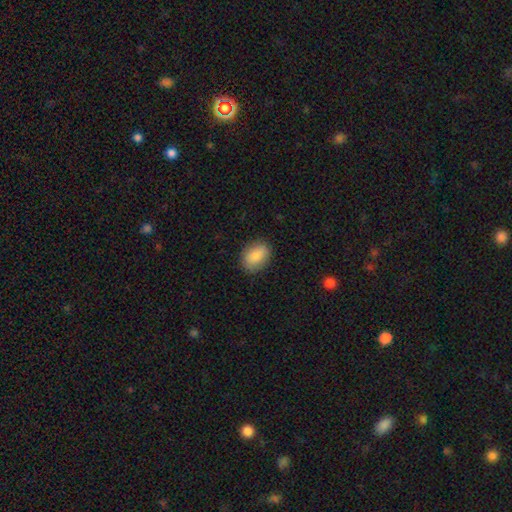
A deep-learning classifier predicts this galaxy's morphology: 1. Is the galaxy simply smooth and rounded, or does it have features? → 86% smooth, 7% featured or disk, 7% star or artifact.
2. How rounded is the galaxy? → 79% in between, 19% round, 2% cigar-shaped.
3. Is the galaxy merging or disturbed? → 85% none, 12% minor disturbance, 3% major disturbance, 1% merger.